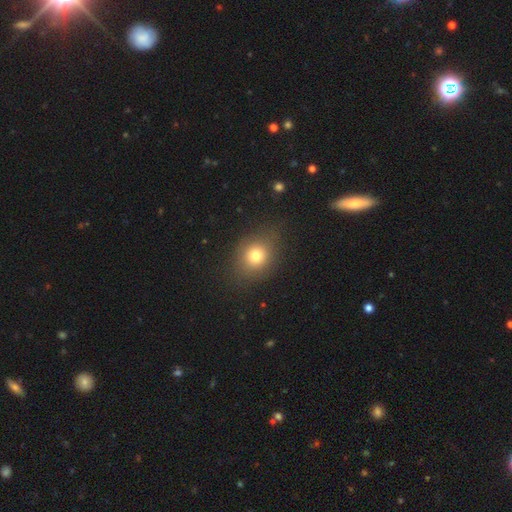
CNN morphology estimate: smooth_or_featured: smooth (p=0.76) [alt: star or artifact p=0.13]
how_rounded: round (p=0.65) [alt: in between p=0.33]
merging: none (p=0.79) [alt: minor disturbance p=0.14]